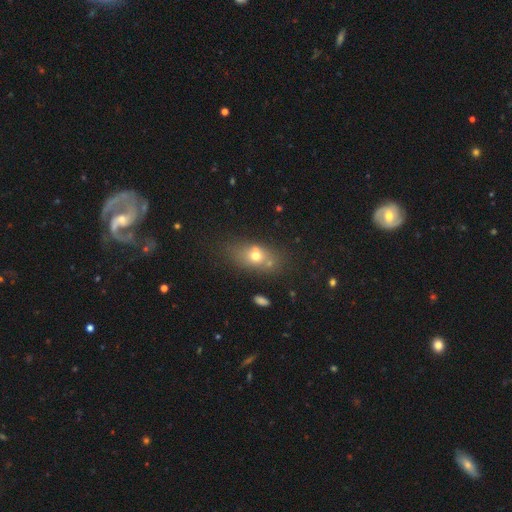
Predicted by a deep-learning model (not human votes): Overall: smooth (64%). How rounded: in between (68%). Merging: none (55%; merger 18%).